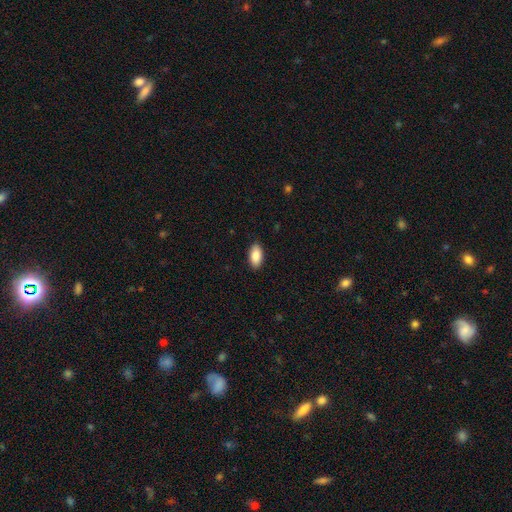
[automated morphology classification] Q: Smooth or featured?
A: smooth (88%); runner-up: star or artifact (6%)
Q: How rounded?
A: in between (94%); runner-up: cigar-shaped (4%)
Q: Merging?
A: none (89%); runner-up: minor disturbance (8%)